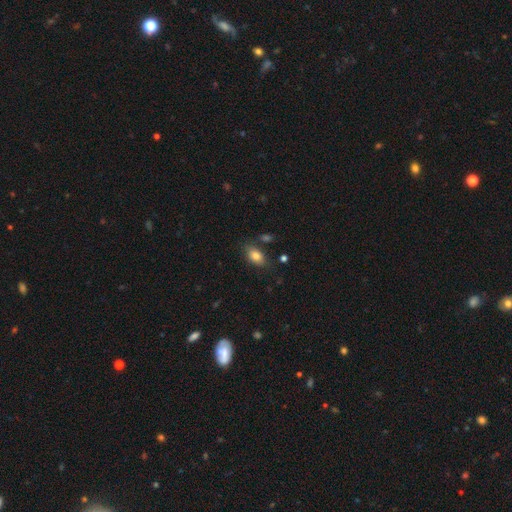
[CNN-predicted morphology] Smooth or featured?
  - smooth: 82% *
  - featured or disk: 9%
  - star or artifact: 8%
How rounded?
  - in between: 89% *
  - round: 8%
  - cigar-shaped: 3%
Merging?
  - none: 74% *
  - minor disturbance: 17%
  - merger: 5%
  - major disturbance: 4%